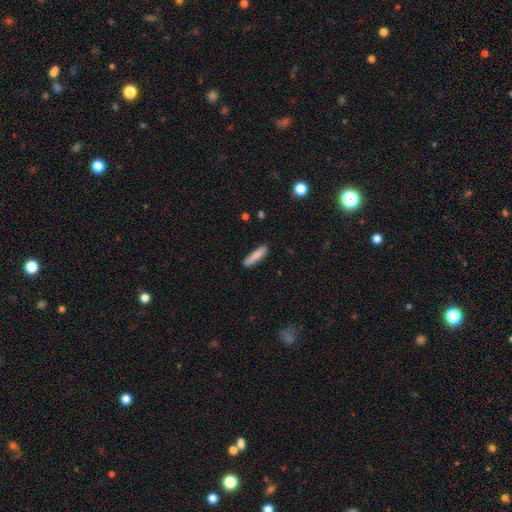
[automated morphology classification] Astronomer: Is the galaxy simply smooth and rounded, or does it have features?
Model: smooth — 85%.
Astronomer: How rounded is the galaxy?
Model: cigar-shaped — 81%.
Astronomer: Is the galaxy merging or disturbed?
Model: none — 86%.